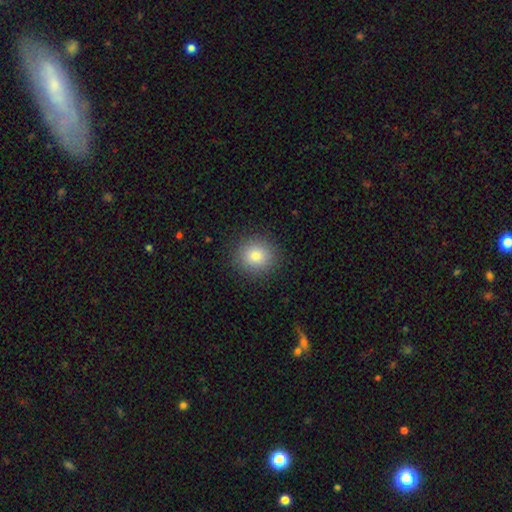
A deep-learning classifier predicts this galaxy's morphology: The model was most divided on "smooth or featured": smooth: 83%, star or artifact: 10%, featured or disk: 7%. More confident: merging — none (90%); how rounded — round (87%).